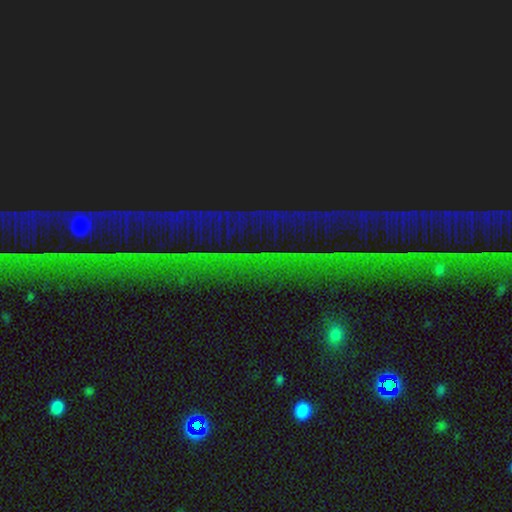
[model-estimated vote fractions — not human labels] Q: Smooth or featured?
A: star or artifact (87%); runner-up: featured or disk (7%)